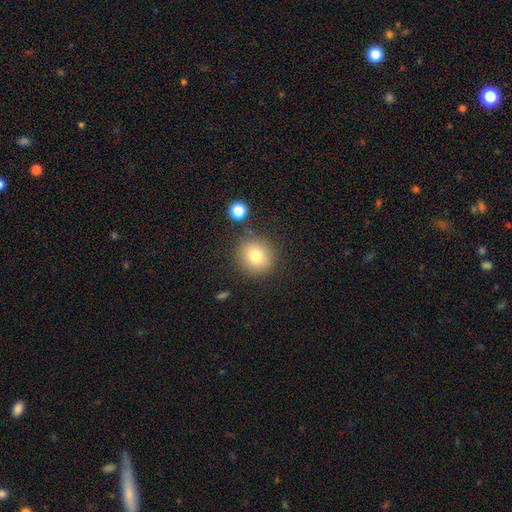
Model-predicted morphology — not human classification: Smooth or featured: smooth — 79% (star or artifact — 11%)
How rounded: round — 89% (in between — 10%)
Merging: none — 81% (minor disturbance — 10%)